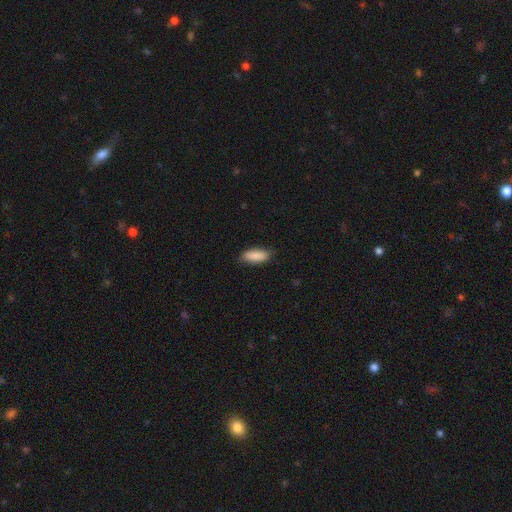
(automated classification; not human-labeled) smooth 87%, featured or disk 7%, star or artifact 6%. Down the decision tree: how rounded — in between (81%); merging — none (82%).